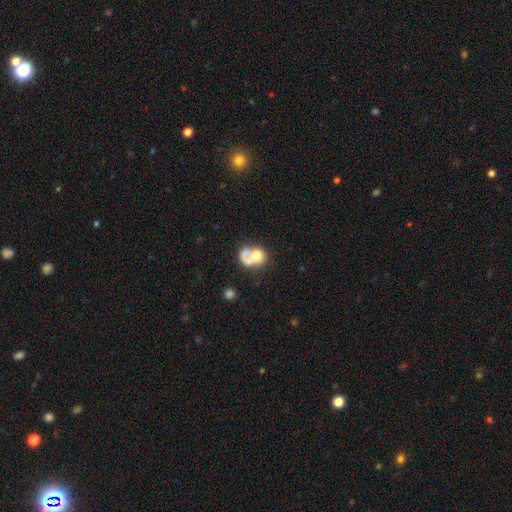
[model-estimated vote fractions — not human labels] Smooth or featured? smooth (55%)
How rounded? round (54%)
Merging? merger (51%)